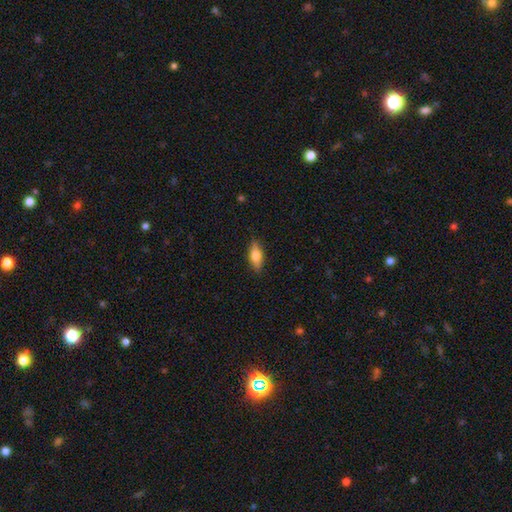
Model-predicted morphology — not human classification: Smooth or featured: smooth — 72% (featured or disk — 21%)
How rounded: in between — 71% (cigar-shaped — 25%)
Merging: none — 87% (minor disturbance — 10%)